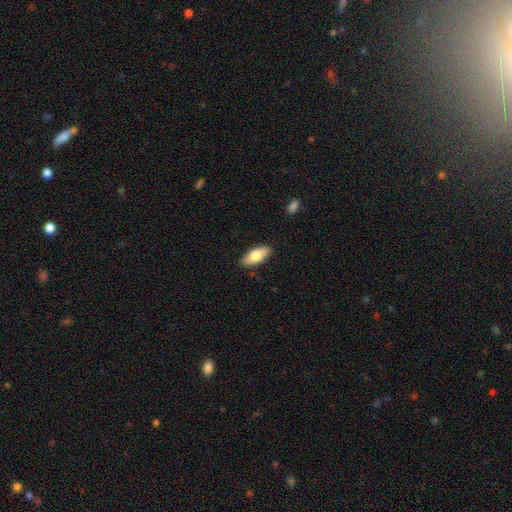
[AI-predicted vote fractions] smooth 75%, featured or disk 19%, star or artifact 6%. Down the decision tree: how rounded — in between (87%); merging — none (88%).